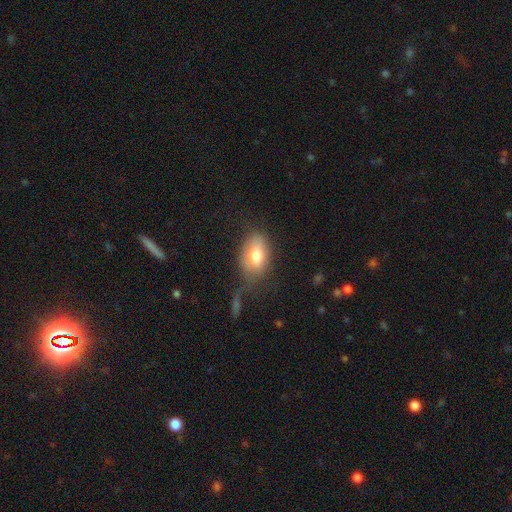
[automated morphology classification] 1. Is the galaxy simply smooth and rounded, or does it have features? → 77% smooth, 16% featured or disk, 7% star or artifact.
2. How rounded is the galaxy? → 88% in between, 10% round, 2% cigar-shaped.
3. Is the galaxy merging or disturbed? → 54% none, 26% minor disturbance, 14% major disturbance, 6% merger.